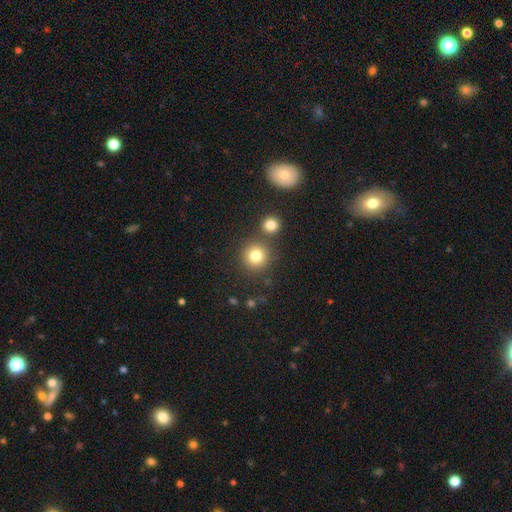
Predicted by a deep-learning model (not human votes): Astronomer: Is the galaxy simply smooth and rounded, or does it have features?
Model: smooth — 80%.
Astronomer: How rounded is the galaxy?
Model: round — 93%.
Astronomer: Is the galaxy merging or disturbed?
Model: none — 78%.